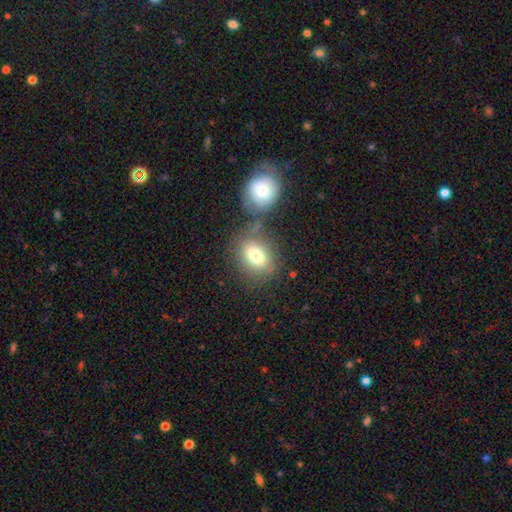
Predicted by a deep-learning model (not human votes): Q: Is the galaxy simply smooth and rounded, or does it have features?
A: smooth — 76%.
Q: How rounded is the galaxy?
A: in between — 54%.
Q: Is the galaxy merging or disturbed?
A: none — 59%.